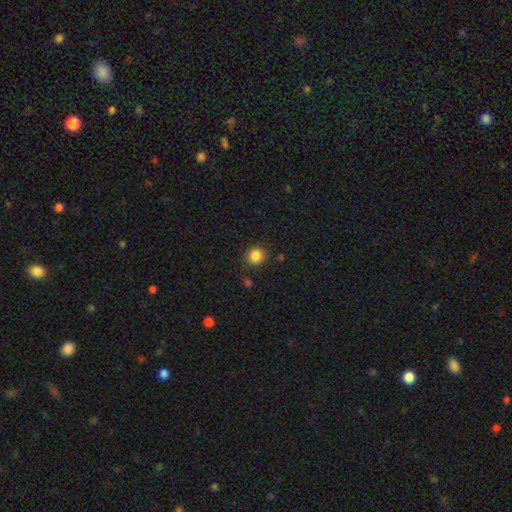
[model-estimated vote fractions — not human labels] This appears to be a smooth galaxy with no disk features (86%) that is round (82%). Merging: none (85%).